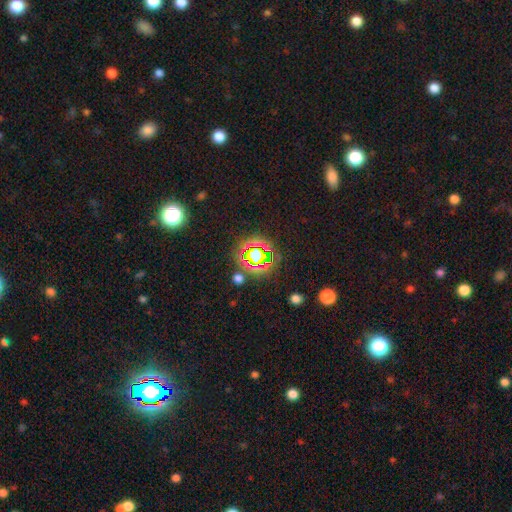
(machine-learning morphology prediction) star or artifact 69%, smooth 21%, featured or disk 10%.